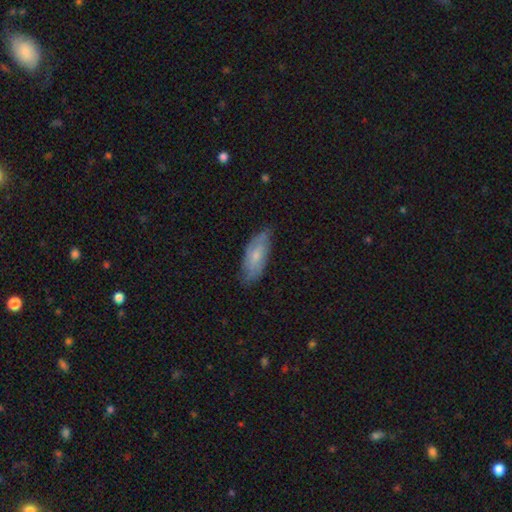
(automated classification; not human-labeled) Q: Smooth or featured?
A: smooth (56%); runner-up: featured or disk (38%)
Q: How rounded?
A: in between (79%); runner-up: cigar-shaped (19%)
Q: Merging?
A: none (71%); runner-up: minor disturbance (23%)